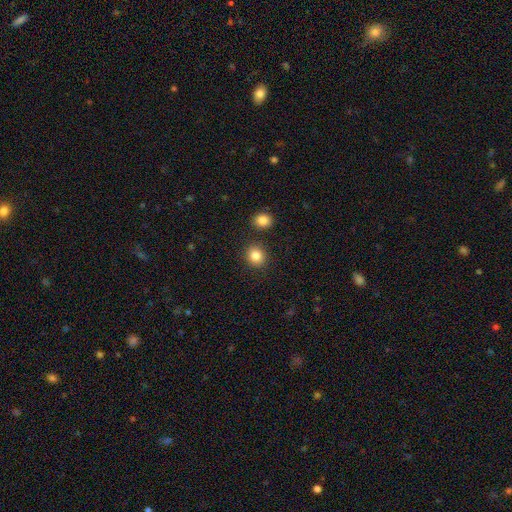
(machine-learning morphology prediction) A smooth galaxy with no disk features (85%) that is round (83%). Merging: none (85%).